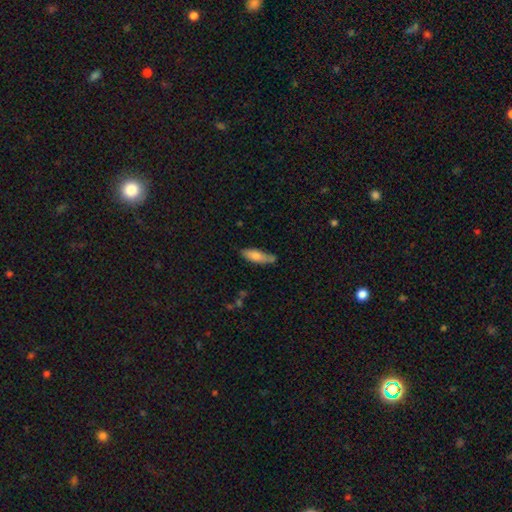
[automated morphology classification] Smooth or featured? Predicted: smooth (p=0.73). How rounded? Predicted: in between (p=0.50). Merging? Predicted: none (p=0.64).